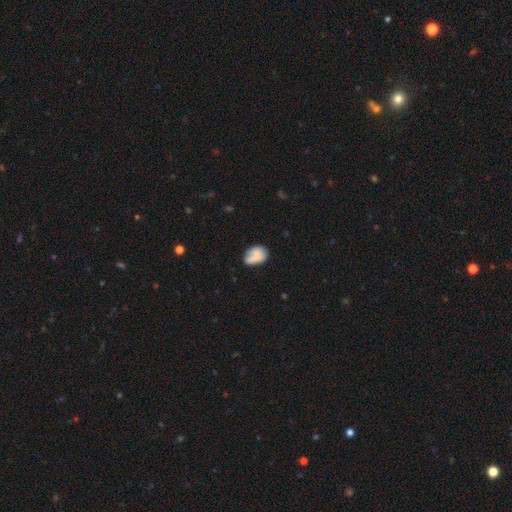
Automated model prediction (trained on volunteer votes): smooth-or-featured: smooth: 74% | featured or disk: 18% | star or artifact: 8%
  how-rounded: in between: 74% | round: 25% | cigar-shaped: 1%
  merging: none: 52% | minor disturbance: 30% | major disturbance: 10% | merger: 7%